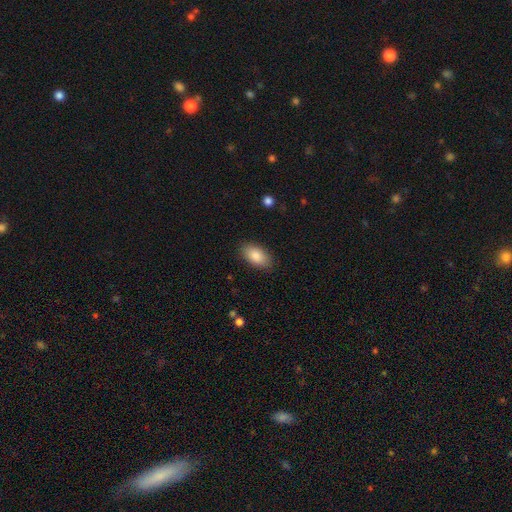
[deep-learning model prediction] A smooth galaxy with no disk features (86%) that is in between round and cigar-shaped (94%). Merging: none (87%).